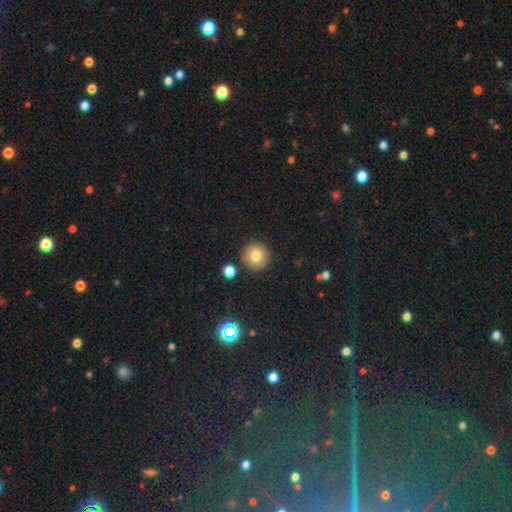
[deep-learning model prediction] smooth 80%, star or artifact 11%, featured or disk 9%. Down the decision tree: how rounded — round (94%); merging — none (87%).